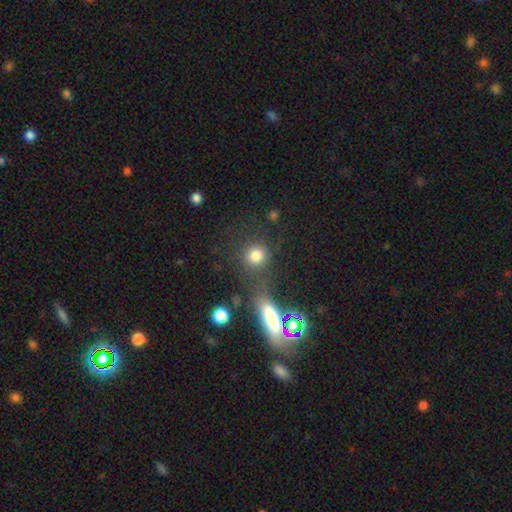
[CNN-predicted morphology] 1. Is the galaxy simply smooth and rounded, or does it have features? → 80% smooth, 13% star or artifact, 7% featured or disk.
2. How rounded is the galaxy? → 84% round, 14% in between, 2% cigar-shaped.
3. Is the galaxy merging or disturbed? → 66% none, 16% merger, 11% minor disturbance, 7% major disturbance.